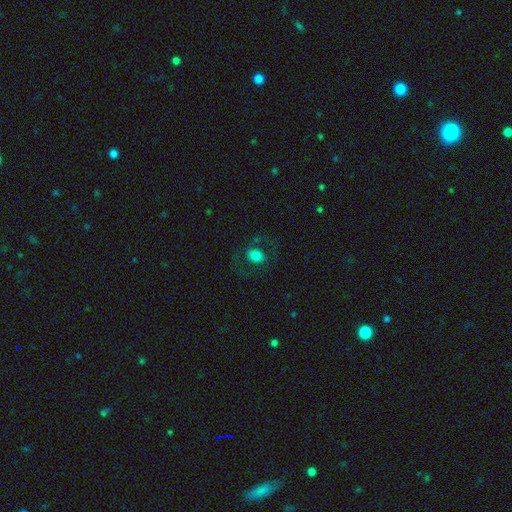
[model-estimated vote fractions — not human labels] Morphology: type=smooth (74%); roundness=in between (52%); merging=none (78%).